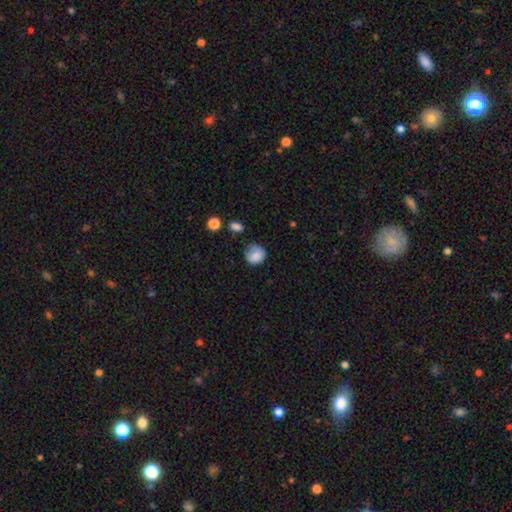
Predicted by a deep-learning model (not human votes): The model was most divided on "merging": none: 60%, minor disturbance: 29%, major disturbance: 9%, merger: 3%. More confident: smooth or featured — smooth (83%); how rounded — round (80%).